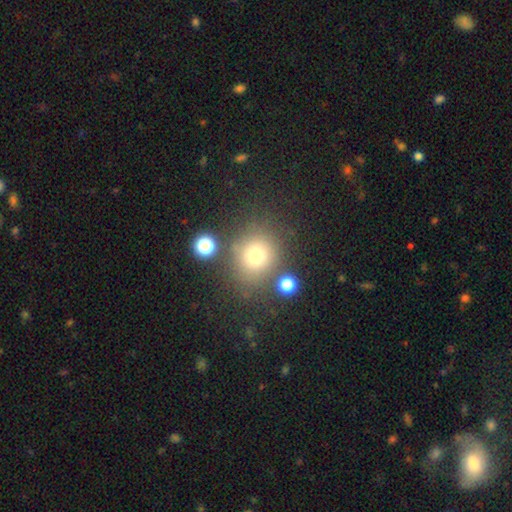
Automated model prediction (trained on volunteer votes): Morphology: type=smooth (74%); roundness=round (85%); merging=none (75%).